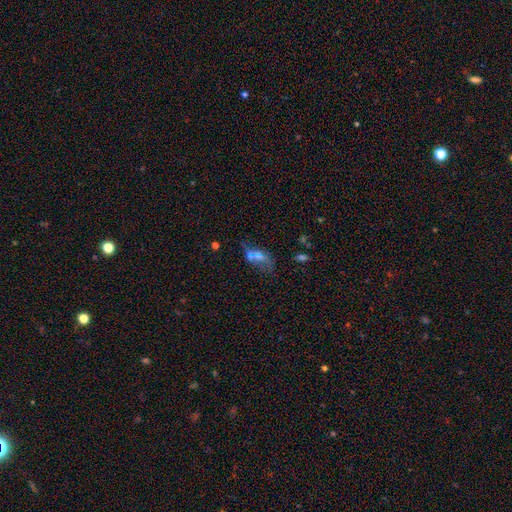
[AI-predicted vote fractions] Smooth or featured?
  - smooth: 48% *
  - featured or disk: 34%
  - star or artifact: 18%
Merging?
  - none: 30% * (tied)
  - merger: 30% * (tied)
  - major disturbance: 22%
  - minor disturbance: 18%